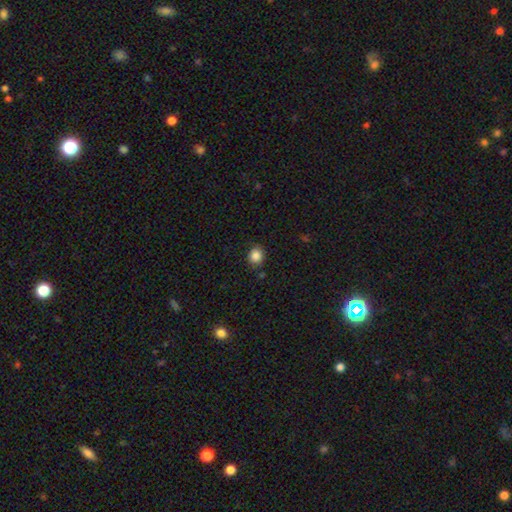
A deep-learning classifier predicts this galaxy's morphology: smooth-or-featured: smooth: 86% | star or artifact: 10% | featured or disk: 4%
  how-rounded: round: 78% | in between: 21% | cigar-shaped: 1%
  merging: none: 82% | minor disturbance: 13% | major disturbance: 3% | merger: 2%